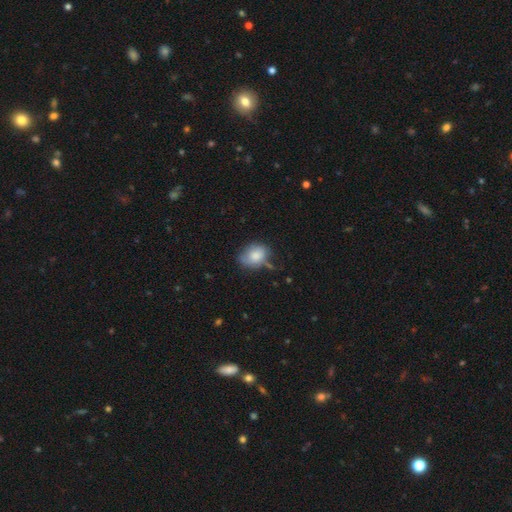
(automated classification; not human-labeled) This appears to be a smooth galaxy with no disk features (79%) that is in between round and cigar-shaped (70%). Merging: none (53%).